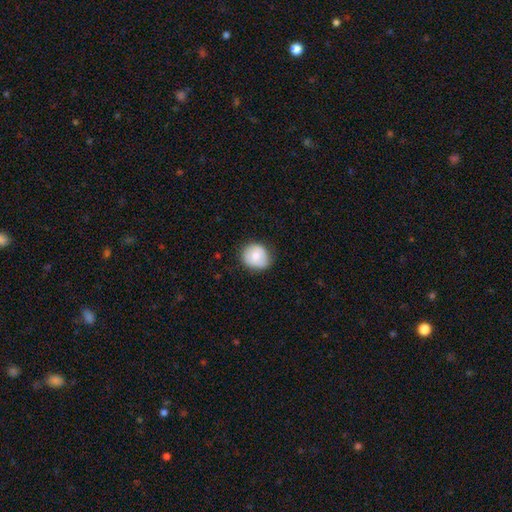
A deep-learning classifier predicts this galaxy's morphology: This is likely a smooth galaxy (70%). How rounded: likely round (79%). Merging: likely none (78%).